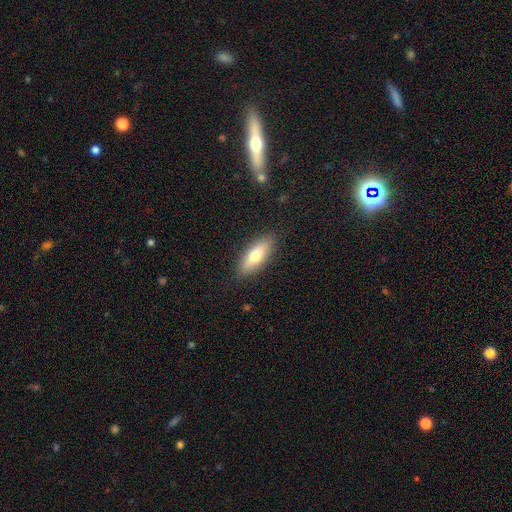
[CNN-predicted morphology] Smooth or featured? Predicted: smooth (p=0.67). How rounded? Predicted: in between (p=0.63). Merging? Predicted: none (p=0.87).